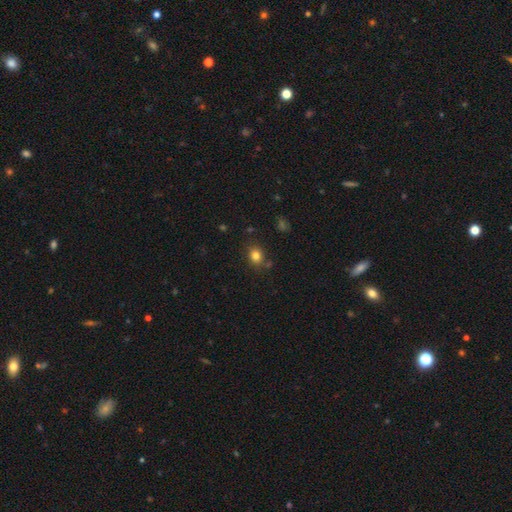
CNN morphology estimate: type=smooth (81%); roundness=round (61%); merging=none (79%).